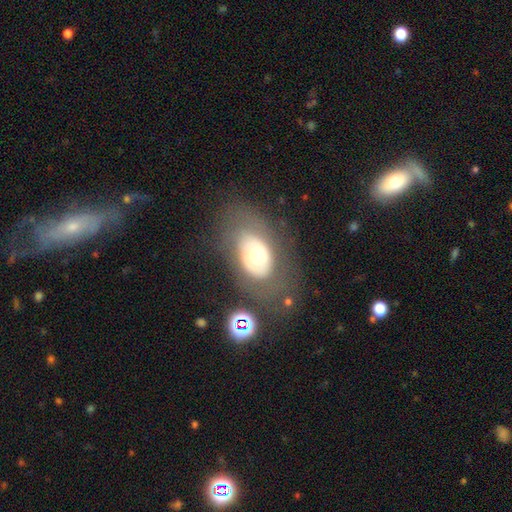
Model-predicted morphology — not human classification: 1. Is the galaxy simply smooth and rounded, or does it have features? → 46% featured or disk, 44% smooth, 10% star or artifact.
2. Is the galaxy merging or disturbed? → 68% none, 16% minor disturbance, 13% major disturbance, 3% merger.